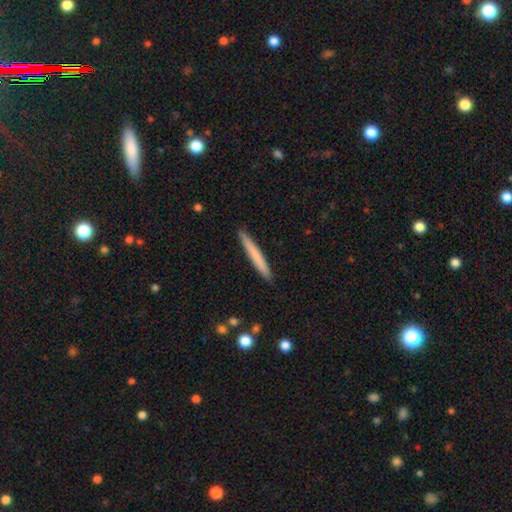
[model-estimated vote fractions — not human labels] The model was most divided on "smooth or featured": smooth: 70%, featured or disk: 25%, star or artifact: 5%. More confident: how rounded — cigar-shaped (97%); merging — none (92%).